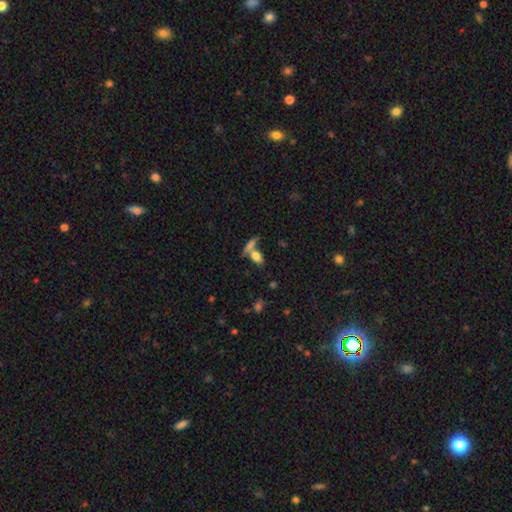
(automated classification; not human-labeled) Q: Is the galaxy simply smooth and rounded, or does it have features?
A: smooth — 75%.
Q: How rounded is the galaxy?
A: in between — 80%.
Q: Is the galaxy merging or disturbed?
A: none — 46%.